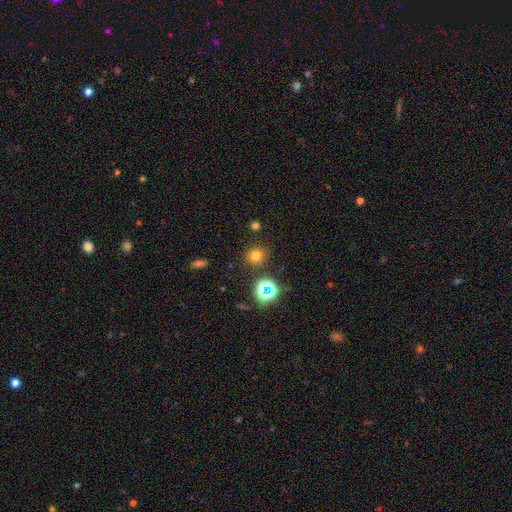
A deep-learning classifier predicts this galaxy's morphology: Smooth or featured?
  - smooth: 71% *
  - star or artifact: 22%
  - featured or disk: 7%
How rounded?
  - round: 90% *
  - in between: 9%
  - cigar-shaped: 1%
Merging?
  - none: 85% *
  - minor disturbance: 8%
  - merger: 3%
  - major disturbance: 3%